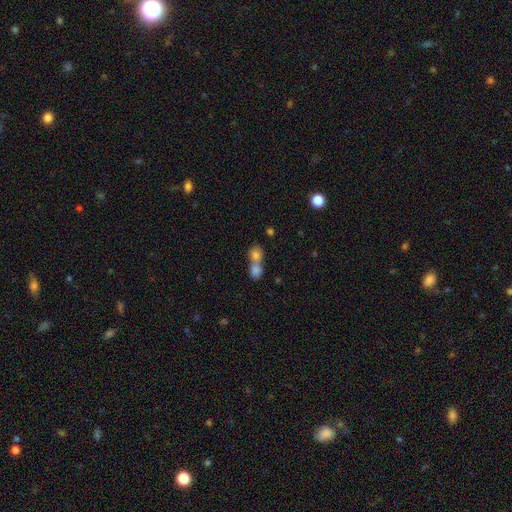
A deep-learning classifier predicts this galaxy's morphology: Smooth or featured? Predicted: smooth (p=0.79). How rounded? Predicted: round (p=0.63). Merging? Predicted: merger (p=0.68).